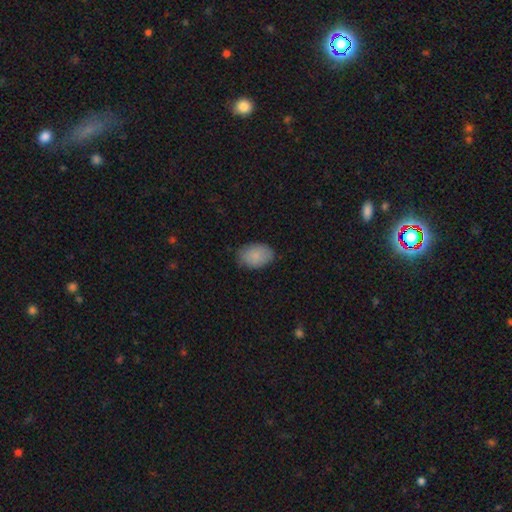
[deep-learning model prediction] Smooth or featured: smooth — 87% (star or artifact — 7%)
How rounded: in between — 84% (round — 15%)
Merging: none — 79% (minor disturbance — 17%)